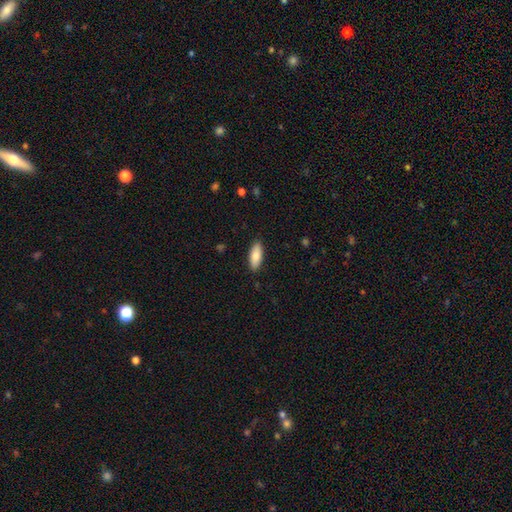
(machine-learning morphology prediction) Smooth or featured?
  - smooth: 82% *
  - featured or disk: 12%
  - star or artifact: 6%
How rounded?
  - in between: 76% *
  - cigar-shaped: 23%
  - round: 2%
Merging?
  - none: 89% *
  - minor disturbance: 8%
  - major disturbance: 2%
  - merger: 1%